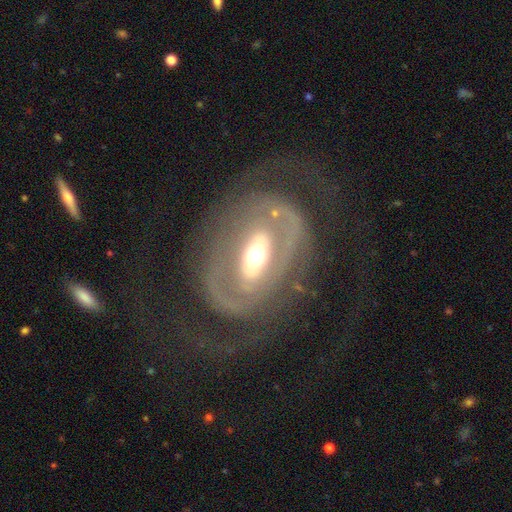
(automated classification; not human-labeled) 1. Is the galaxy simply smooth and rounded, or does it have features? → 81% featured or disk, 13% smooth, 6% star or artifact.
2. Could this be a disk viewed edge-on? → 94% no, 6% yes.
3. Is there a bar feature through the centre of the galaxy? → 44% no, 28% weak, 28% strong.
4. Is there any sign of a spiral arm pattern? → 70% yes, 30% no.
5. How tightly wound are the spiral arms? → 43% tight, 35% medium, 22% loose.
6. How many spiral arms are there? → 60% 2, 18% can't tell, 13% 1, 5% 3, 3% 4, 3% more than 4.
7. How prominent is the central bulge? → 66% moderate, 18% large, 12% small, 3% dominant, 1% none.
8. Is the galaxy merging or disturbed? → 60% none, 21% major disturbance, 17% minor disturbance, 3% merger.